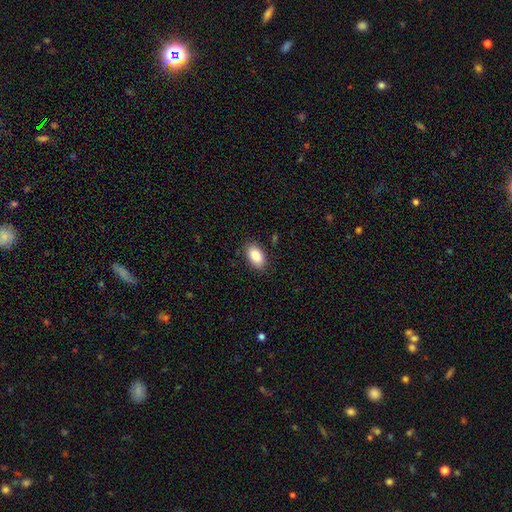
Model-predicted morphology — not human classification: This appears to be a smooth galaxy with no disk features (89%) that is in between round and cigar-shaped (93%). Merging: none (85%).